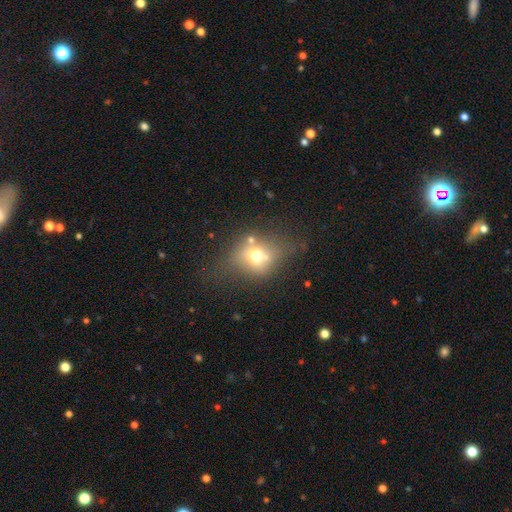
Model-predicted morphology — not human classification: Smooth or featured?
  - smooth: 58% *
  - featured or disk: 27%
  - star or artifact: 15%
How rounded?
  - round: 56% *
  - in between: 42%
  - cigar-shaped: 2%
Merging?
  - none: 55% *
  - minor disturbance: 20%
  - merger: 14%
  - major disturbance: 11%